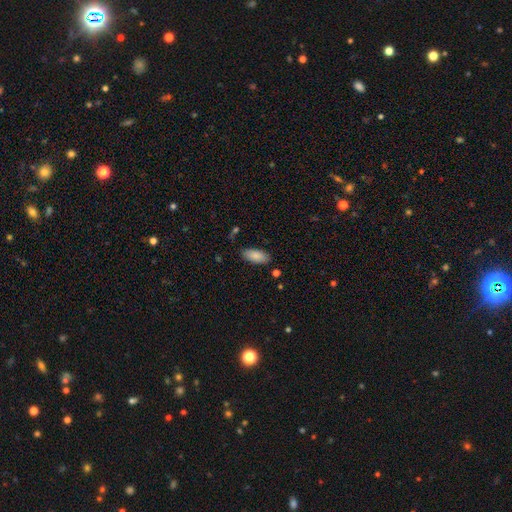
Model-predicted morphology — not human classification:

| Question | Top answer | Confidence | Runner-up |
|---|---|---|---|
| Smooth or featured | smooth | 87% | featured or disk (7%) |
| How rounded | in between | 88% | cigar-shaped (10%) |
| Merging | none | 82% | minor disturbance (13%) |